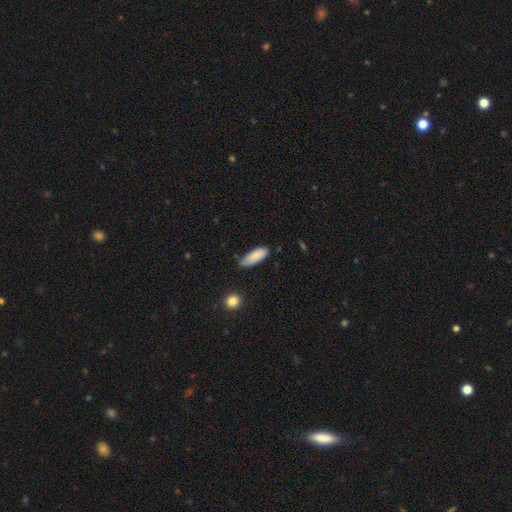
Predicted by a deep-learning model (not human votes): Q: Smooth or featured?
A: smooth (86%); runner-up: featured or disk (8%)
Q: How rounded?
A: in between (71%); runner-up: cigar-shaped (27%)
Q: Merging?
A: none (60%); runner-up: minor disturbance (33%)